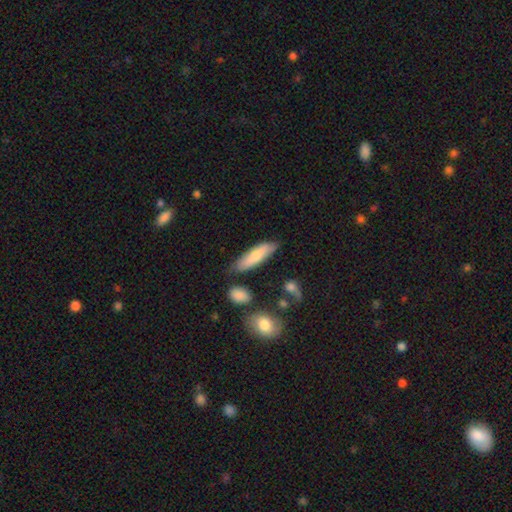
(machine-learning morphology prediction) Smooth or featured: smooth — 71% (featured or disk — 23%)
How rounded: cigar-shaped — 61% (in between — 37%)
Merging: none — 73% (minor disturbance — 18%)